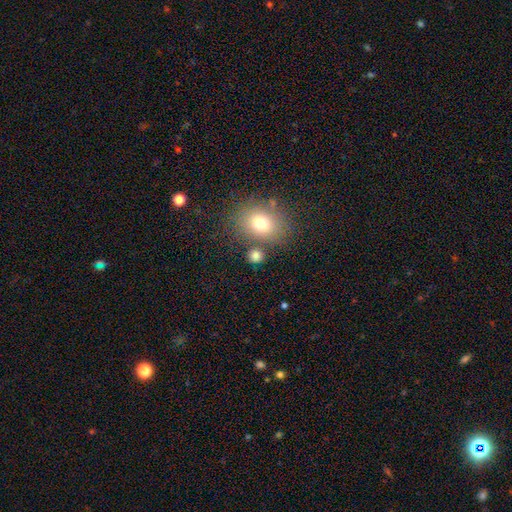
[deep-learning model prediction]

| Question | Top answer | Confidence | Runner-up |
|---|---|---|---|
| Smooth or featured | smooth | 78% | star or artifact (14%) |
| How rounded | round | 73% | in between (25%) |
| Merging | none | 73% | merger (13%) |